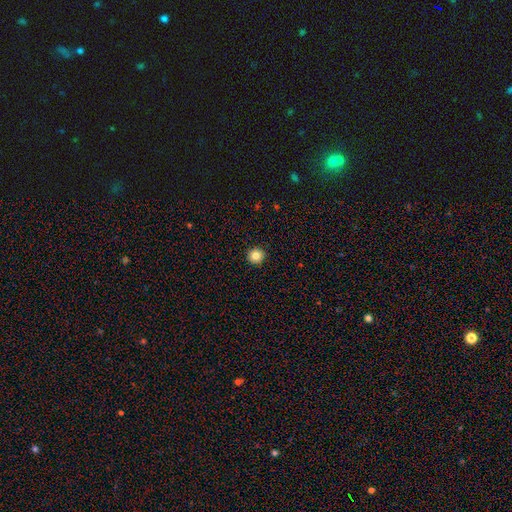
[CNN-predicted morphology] A smooth galaxy with no disk features (84%) that is round (95%). Merging: none (94%).